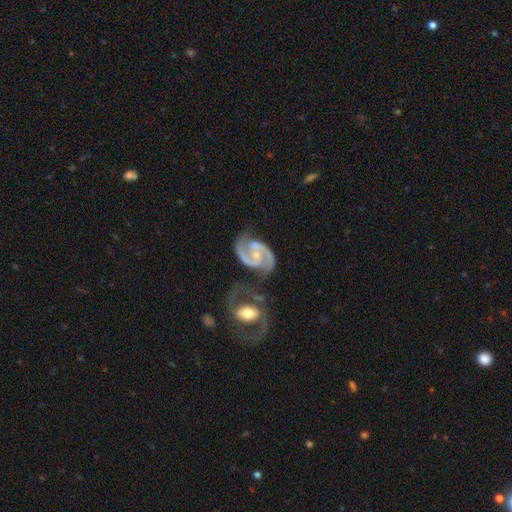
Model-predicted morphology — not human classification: smooth-or-featured: featured or disk: 93% | star or artifact: 4% | smooth: 3%
  disk-edge-on: no: 98% | yes: 2%
    bar: no: 49% | weak: 37% | strong: 14%
    has-spiral-arms: yes: 98% | no: 2%
      spiral-winding: medium: 62% | tight: 24% | loose: 14%
      spiral-arm-count: 2: 93% | 3: 2% | can't tell: 2% | 1: 1% | 4: 1% | more than 4: 1%
    bulge-size: small: 63% | moderate: 31% | none: 3% | large: 1% | dominant: 1%
  merging: none: 54% | minor disturbance: 19% | merger: 18% | major disturbance: 9%